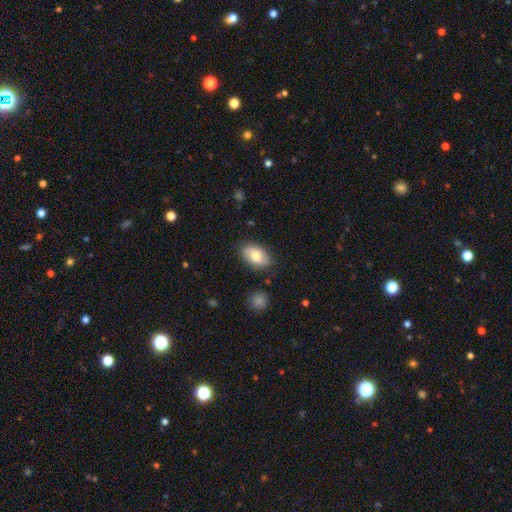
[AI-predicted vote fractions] This is likely a smooth galaxy (79%). How rounded: clearly in between (91%). Merging: clearly none (83%).